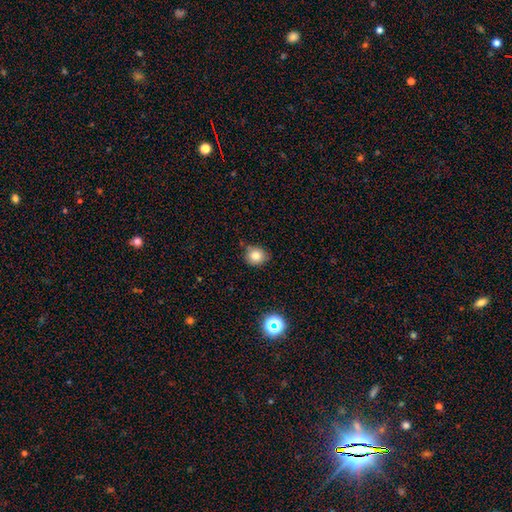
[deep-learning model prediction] Smooth or featured? smooth (80%)
How rounded? round (78%)
Merging? none (76%)